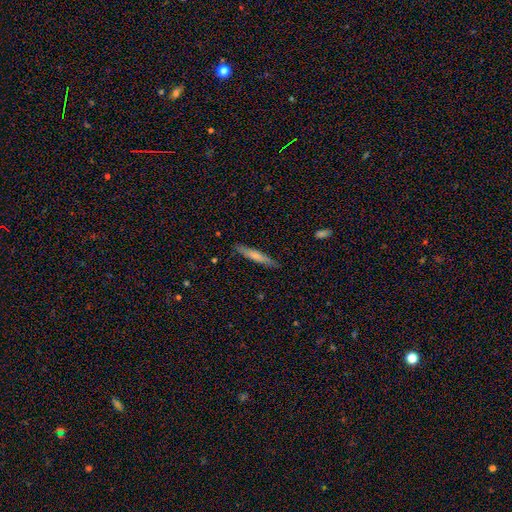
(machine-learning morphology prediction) Q: Smooth or featured?
A: smooth (63%); runner-up: featured or disk (31%)
Q: How rounded?
A: cigar-shaped (91%); runner-up: in between (7%)
Q: Merging?
A: none (86%); runner-up: minor disturbance (10%)